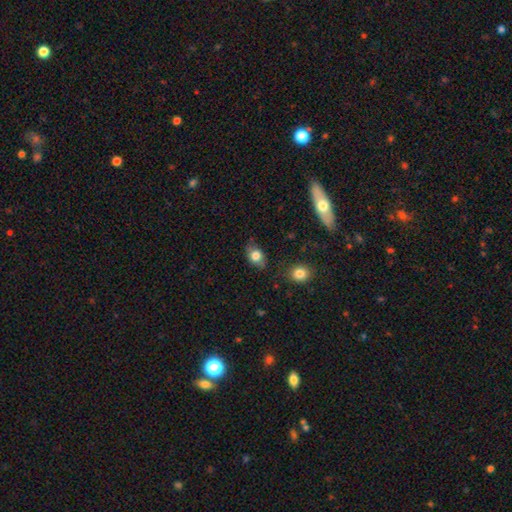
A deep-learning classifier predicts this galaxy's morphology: Q: Smooth or featured?
A: smooth (78%); runner-up: featured or disk (13%)
Q: How rounded?
A: in between (77%); runner-up: round (21%)
Q: Merging?
A: none (71%); runner-up: minor disturbance (22%)